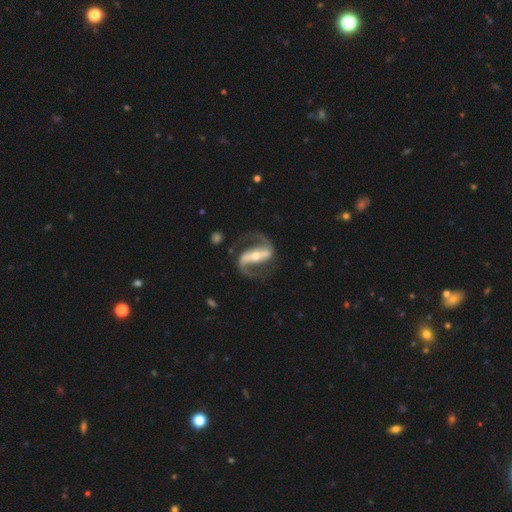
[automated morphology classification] type=featured or disk (92%); edge-on=no (95%); bar=strong (76%); spiral arms=yes (97%); winding=medium (52%); arm count=2 (93%); bulge=moderate (54%); merging=none (78%).